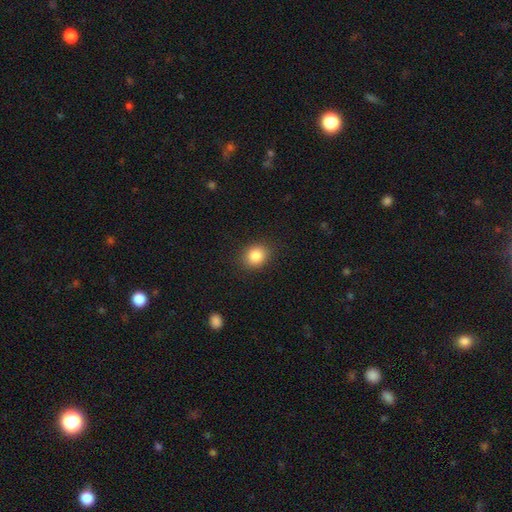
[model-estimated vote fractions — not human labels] A smooth galaxy with no disk features (84%) that is round (67%). Merging: none (88%).